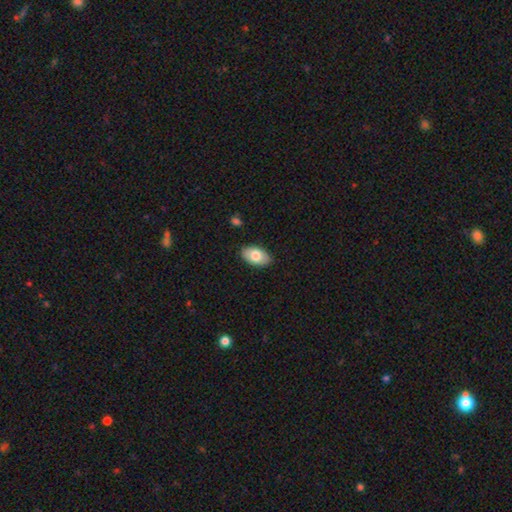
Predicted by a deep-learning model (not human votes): Smooth or featured? smooth (77%)
How rounded? in between (93%)
Merging? none (86%)